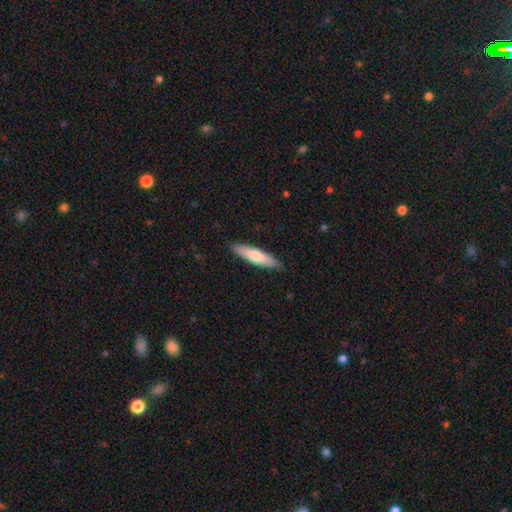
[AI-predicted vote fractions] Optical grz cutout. It shows a smooth galaxy with no disk features (67%) that is cigar-shaped (79%). Merging: none (89%).